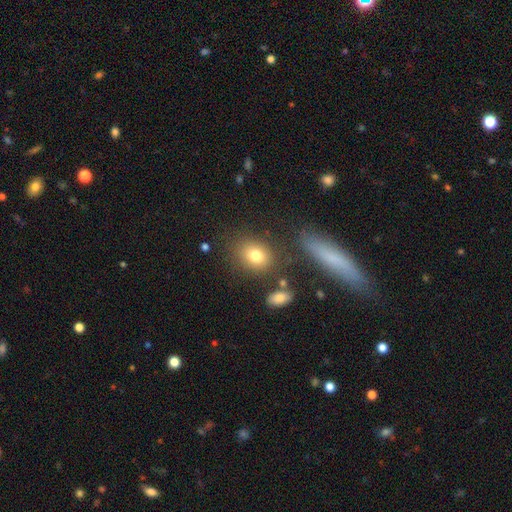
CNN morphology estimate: Overall: smooth (77%). How rounded: in between (49%, tied with round). Merging: none (76%).